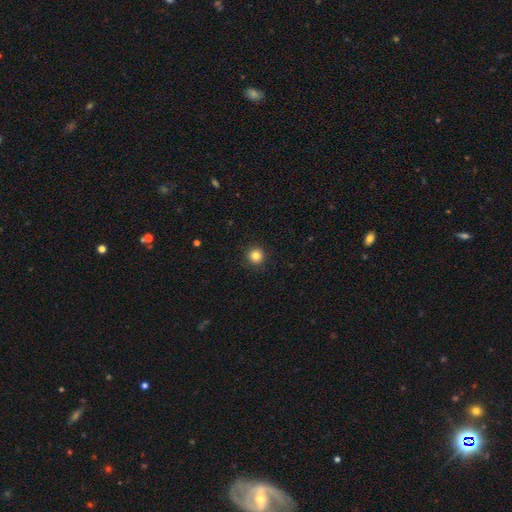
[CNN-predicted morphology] smooth_or_featured: smooth (p=0.84) [alt: star or artifact p=0.11]
how_rounded: round (p=0.95) [alt: in between p=0.04]
merging: none (p=0.92) [alt: minor disturbance p=0.05]